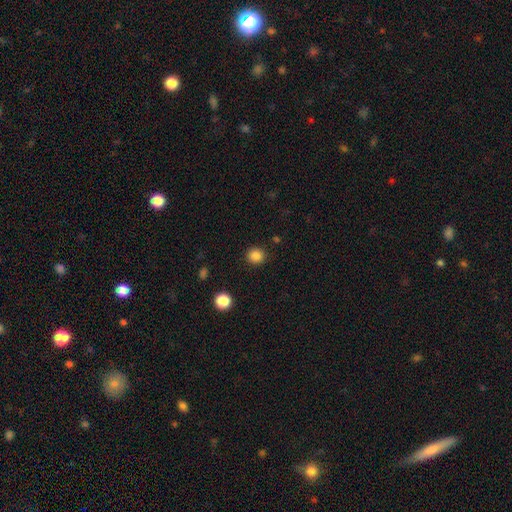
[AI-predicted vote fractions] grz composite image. It shows a smooth galaxy with no disk features (85%) that is round (90%). Merging: none (91%).